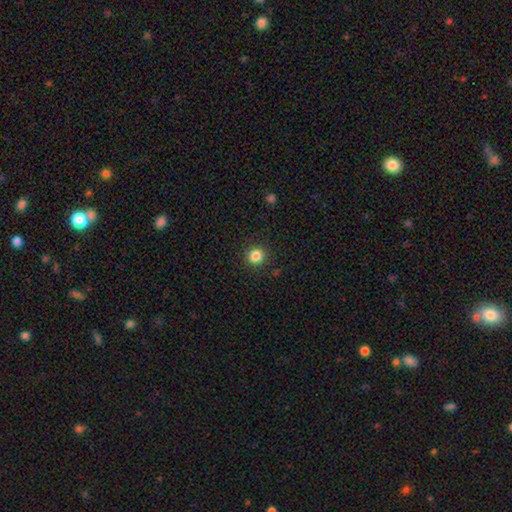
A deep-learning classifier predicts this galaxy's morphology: smooth-or-featured: smooth: 84% | star or artifact: 11% | featured or disk: 4%
  how-rounded: round: 91% | in between: 9% | cigar-shaped: 1%
  merging: none: 90% | minor disturbance: 6% | major disturbance: 2% | merger: 1%